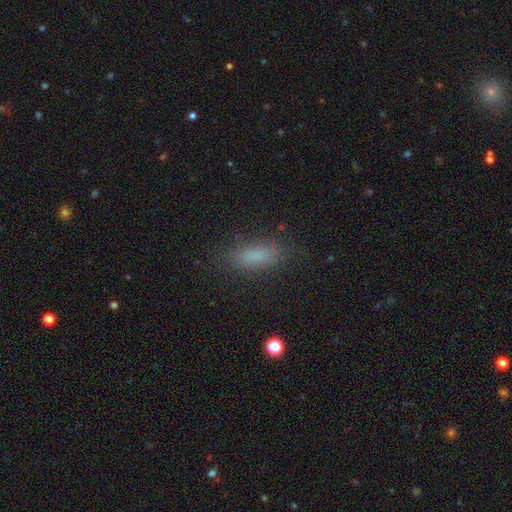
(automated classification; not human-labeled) Smooth or featured? Predicted: smooth (p=0.80). How rounded? Predicted: in between (p=0.59). Merging? Predicted: none (p=0.83).